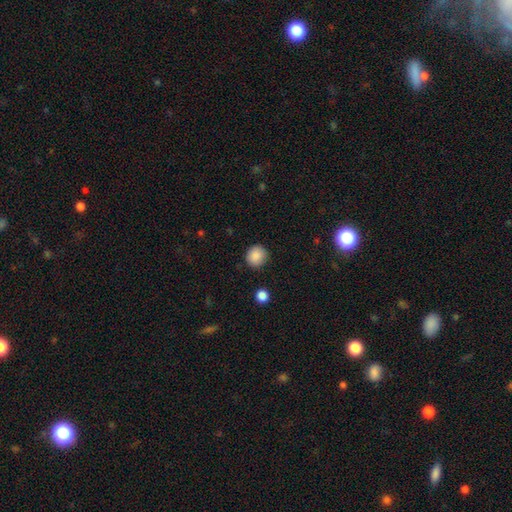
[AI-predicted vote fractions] Q: Smooth or featured?
A: smooth (88%); runner-up: star or artifact (9%)
Q: How rounded?
A: round (91%); runner-up: in between (8%)
Q: Merging?
A: none (89%); runner-up: minor disturbance (7%)